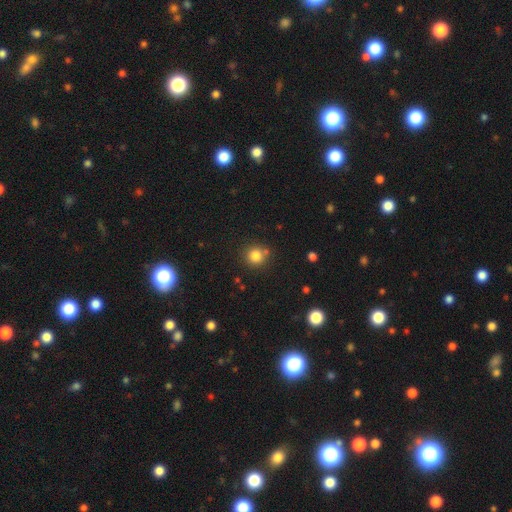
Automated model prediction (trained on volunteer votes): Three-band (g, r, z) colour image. It shows a smooth galaxy with no disk features (82%) that is round (92%). Merging: none (77%).